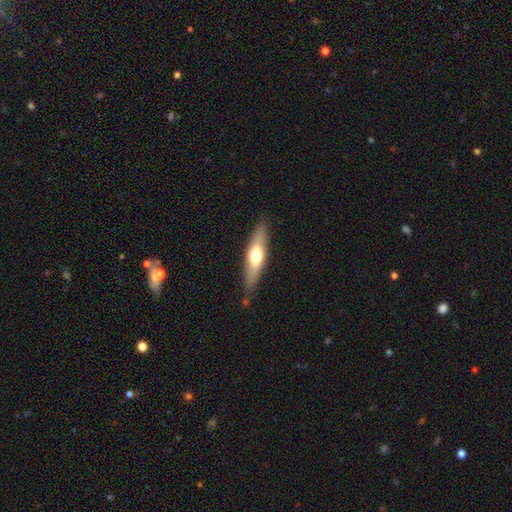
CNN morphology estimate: smooth 50%, featured or disk 45%, star or artifact 5%. Down the decision tree: how rounded — cigar-shaped (70%); merging — none (83%).